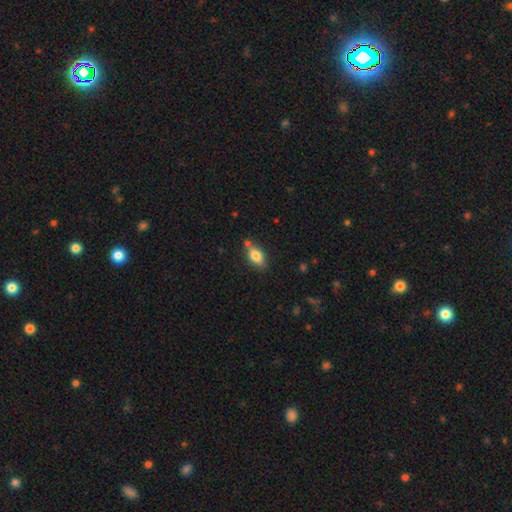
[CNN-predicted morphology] Smooth or featured: smooth — 76% (featured or disk — 16%)
How rounded: in between — 85% (cigar-shaped — 9%)
Merging: none — 72% (minor disturbance — 16%)